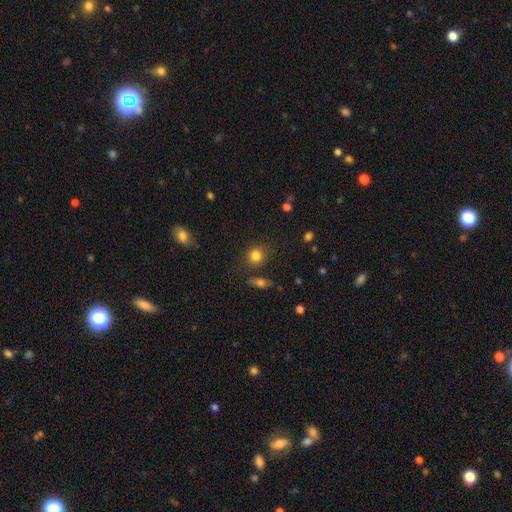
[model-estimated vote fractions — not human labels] Smooth or featured? Predicted: smooth (p=0.83). How rounded? Predicted: round (p=0.84). Merging? Predicted: none (p=0.80).